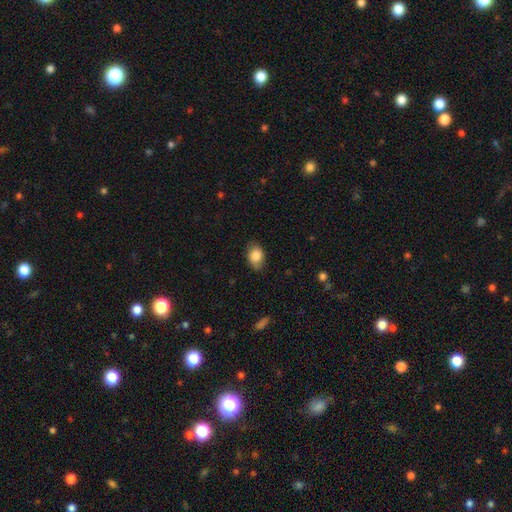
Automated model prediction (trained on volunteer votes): The model was most divided on "merging": none: 80%, minor disturbance: 16%, major disturbance: 3%, merger: 1%. More confident: smooth or featured — smooth (84%); how rounded — in between (82%).